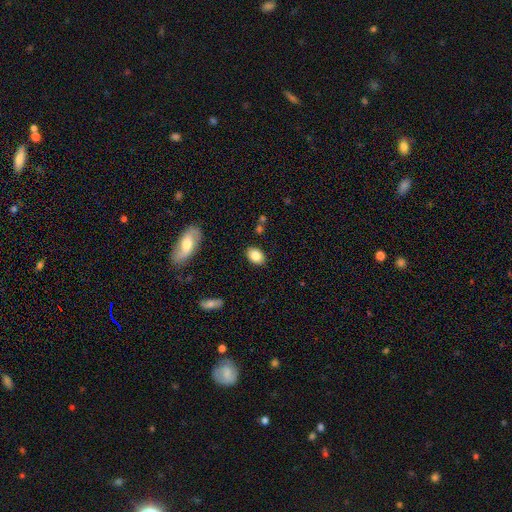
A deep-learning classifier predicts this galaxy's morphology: Smooth or featured?
  - smooth: 84% *
  - star or artifact: 8%
  - featured or disk: 8%
How rounded?
  - in between: 77% *
  - round: 21%
  - cigar-shaped: 1%
Merging?
  - none: 86% *
  - minor disturbance: 10%
  - major disturbance: 2%
  - merger: 2%